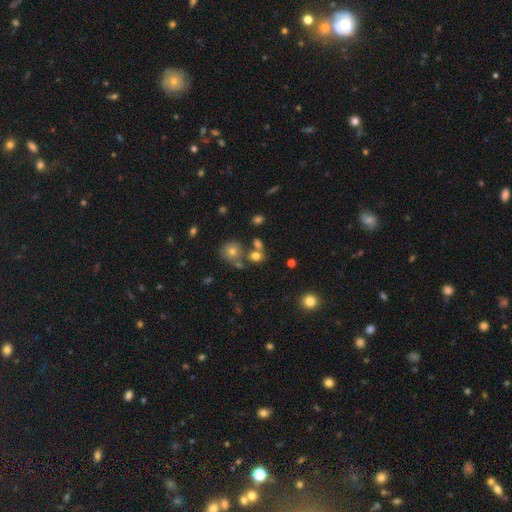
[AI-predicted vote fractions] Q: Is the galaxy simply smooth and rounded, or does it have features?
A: smooth — 73%.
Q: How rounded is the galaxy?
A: round — 61%.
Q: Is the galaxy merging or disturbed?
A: none — 55%.